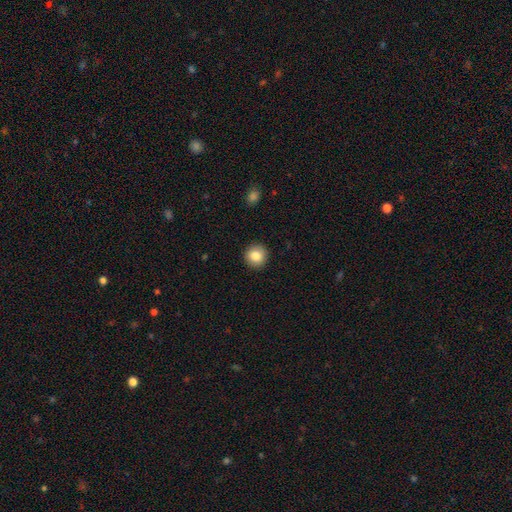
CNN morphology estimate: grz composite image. It shows a smooth galaxy with no disk features (85%) that is round (94%). Merging: none (92%).